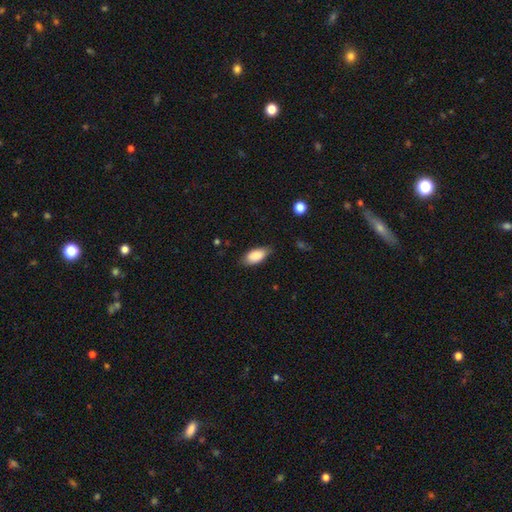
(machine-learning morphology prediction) Smooth or featured?
  - smooth: 87% *
  - featured or disk: 7%
  - star or artifact: 6%
How rounded?
  - in between: 91% *
  - cigar-shaped: 6%
  - round: 3%
Merging?
  - none: 72% *
  - minor disturbance: 22%
  - major disturbance: 4%
  - merger: 1%